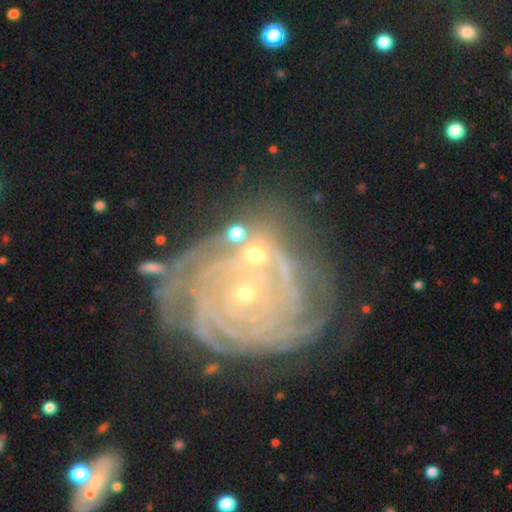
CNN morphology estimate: smooth-or-featured: featured or disk: 54% | smooth: 27% | star or artifact: 18%
  disk-edge-on: no: 96% | yes: 4%
    bar: no: 71% | weak: 19% | strong: 10%
    has-spiral-arms: yes: 83% | no: 17%
    bulge-size: small: 55% | moderate: 29% | none: 7% | large: 5% | dominant: 3%
  merging: merger: 45% | none: 33% | minor disturbance: 11% | major disturbance: 11%